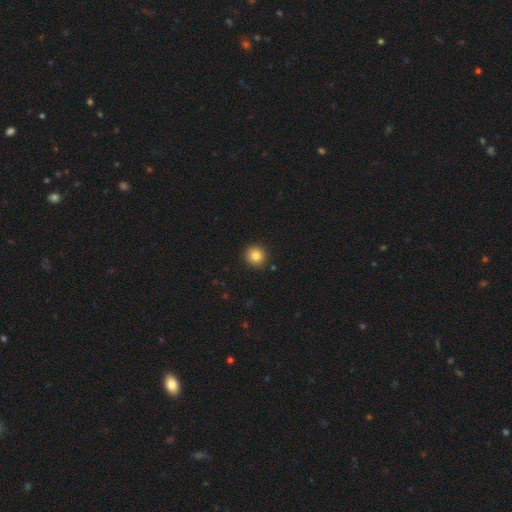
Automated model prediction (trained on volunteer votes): smooth-or-featured: smooth: 84% | star or artifact: 10% | featured or disk: 5%
  how-rounded: round: 93% | in between: 6% | cigar-shaped: 1%
  merging: none: 91% | minor disturbance: 6% | major disturbance: 2% | merger: 1%